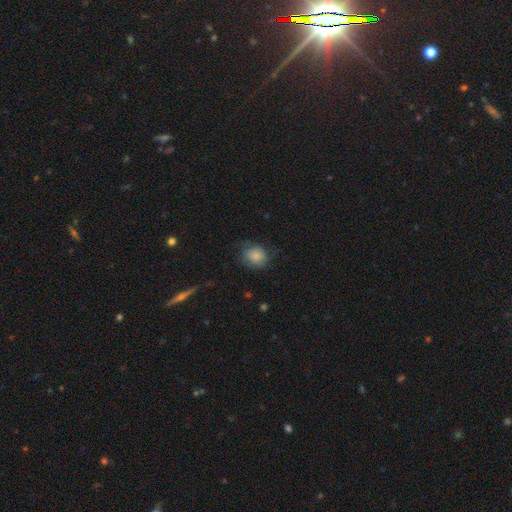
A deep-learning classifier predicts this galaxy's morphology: Smooth or featured: smooth — 82% (featured or disk — 9%)
How rounded: round — 69% (in between — 30%)
Merging: none — 66% (minor disturbance — 24%)